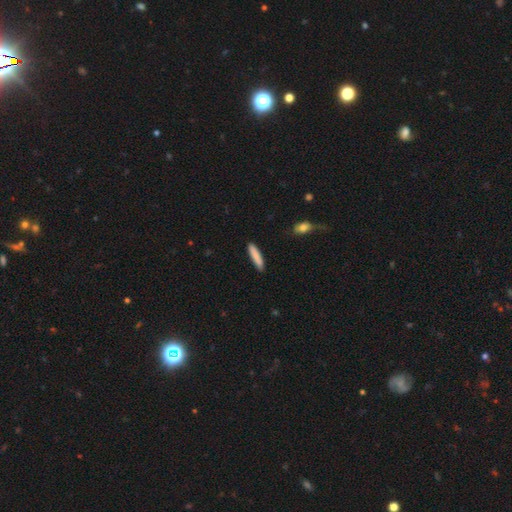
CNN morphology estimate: Overall: smooth (86%). How rounded: cigar-shaped (87%). Merging: none (88%).